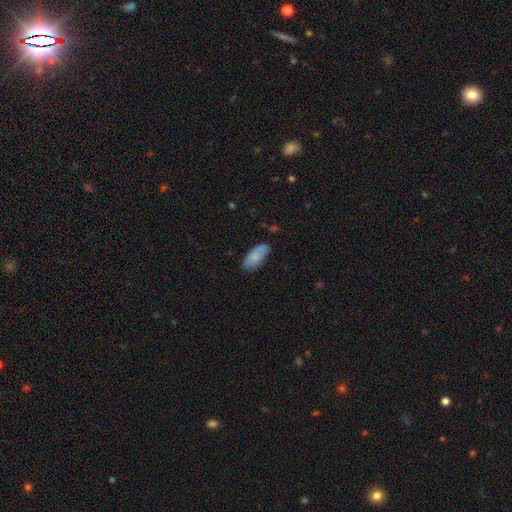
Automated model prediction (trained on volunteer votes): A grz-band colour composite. It shows a smooth galaxy with no disk features (83%) that is in between round and cigar-shaped (89%). Merging: none (78%).